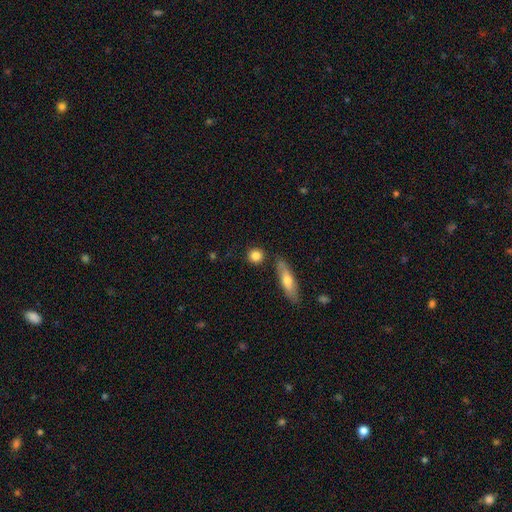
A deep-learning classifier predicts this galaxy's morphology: Smooth or featured: smooth — 83% (featured or disk — 9%)
How rounded: round — 82% (in between — 13%)
Merging: none — 79% (minor disturbance — 10%)